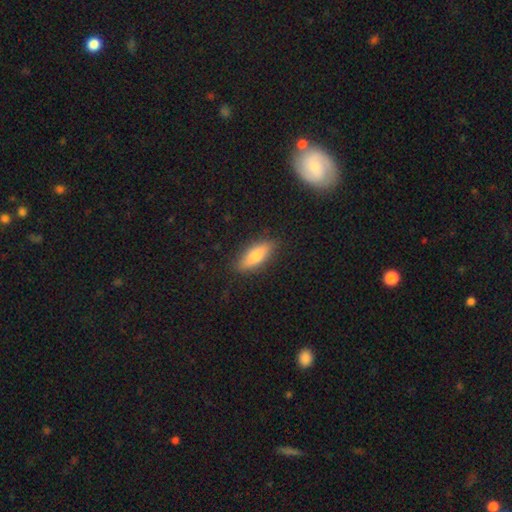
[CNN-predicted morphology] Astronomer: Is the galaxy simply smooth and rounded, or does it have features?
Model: smooth — 74%.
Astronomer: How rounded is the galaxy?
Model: in between — 59% (runner-up: cigar-shaped, 39%).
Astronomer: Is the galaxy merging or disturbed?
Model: none — 85%.